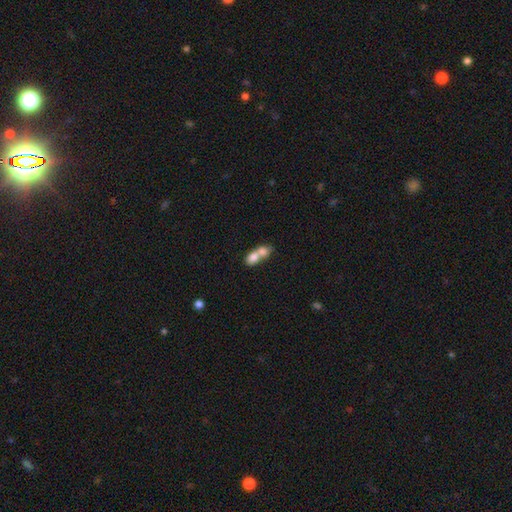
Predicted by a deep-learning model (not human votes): A smooth galaxy with no disk features (74%) that is in between round and cigar-shaped (67%).

Vote fractions:
- Smooth or featured? smooth: 74% / featured or disk: 19% / star or artifact: 8%
- How rounded? in between: 67% / round: 28% / cigar-shaped: 5%
- Merging? merger: 79% / none: 13% / minor disturbance: 5% / major disturbance: 3%